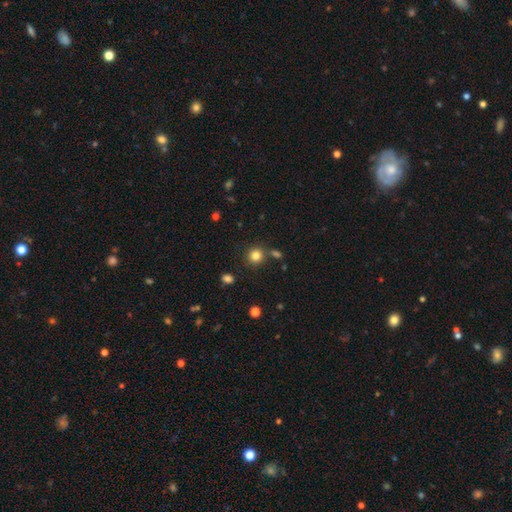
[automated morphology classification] Smooth or featured: smooth — 82% (star or artifact — 13%)
How rounded: round — 89% (in between — 10%)
Merging: none — 79% (minor disturbance — 9%)